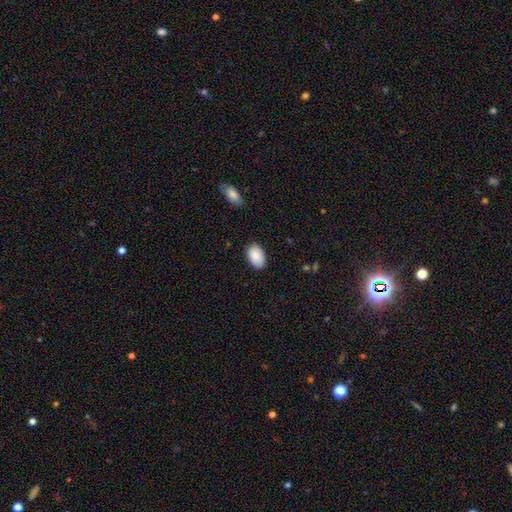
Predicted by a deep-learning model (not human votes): This is clearly a smooth galaxy (90%). How rounded: clearly in between (93%). Merging: clearly none (86%).